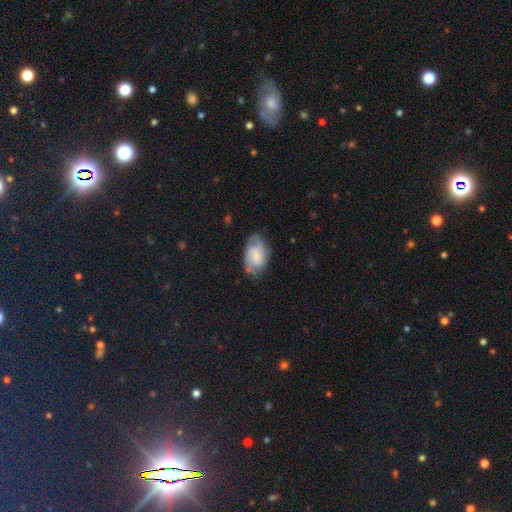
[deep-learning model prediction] Smooth or featured? Predicted: smooth (p=0.55). How rounded? Predicted: in between (p=0.92). Merging? Predicted: none (p=0.61).